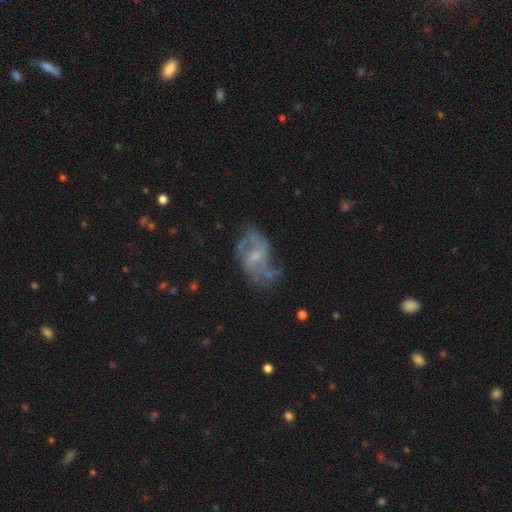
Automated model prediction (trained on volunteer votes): Morphology: type=featured or disk (77%); edge-on=no (97%); bar=no (49%); spiral arms=yes (81%); winding=medium (44%); arm count=2 (66%); bulge=small (57%); merging=none (53%).